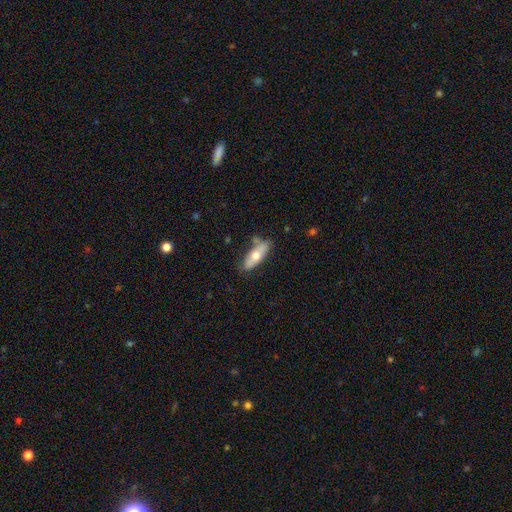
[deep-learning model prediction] This is likely a smooth galaxy (60%). How rounded: likely in between (66%). Merging: likely none (69%).